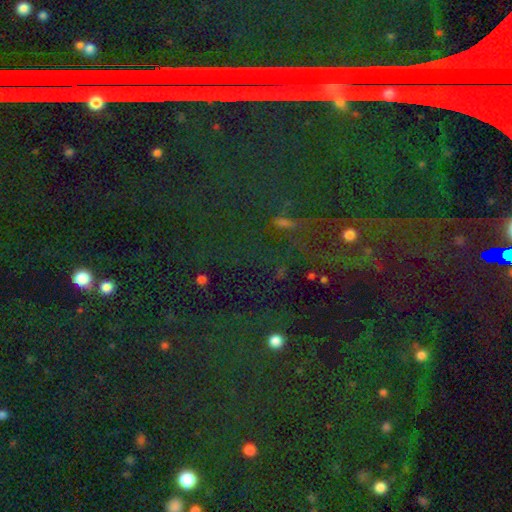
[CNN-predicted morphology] star or artifact 83%, smooth 9%, featured or disk 8%.